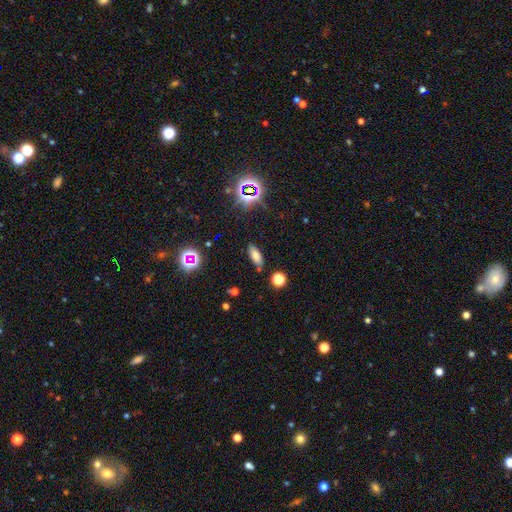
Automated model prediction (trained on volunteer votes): Overall: smooth (70%). How rounded: in between (78%). Merging: none (83%).